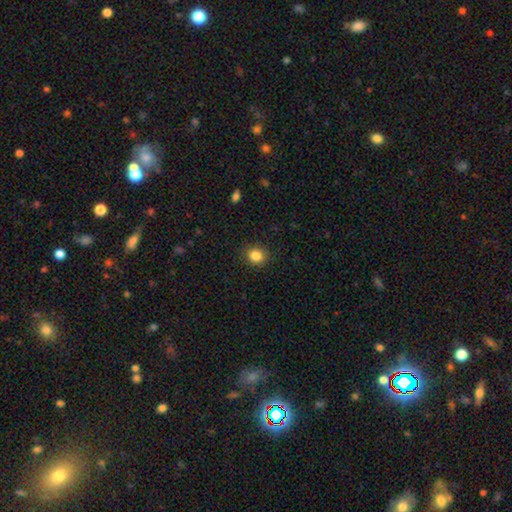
A smooth galaxy with no disk features (87%) that is round (76%). Merging: none (97%).